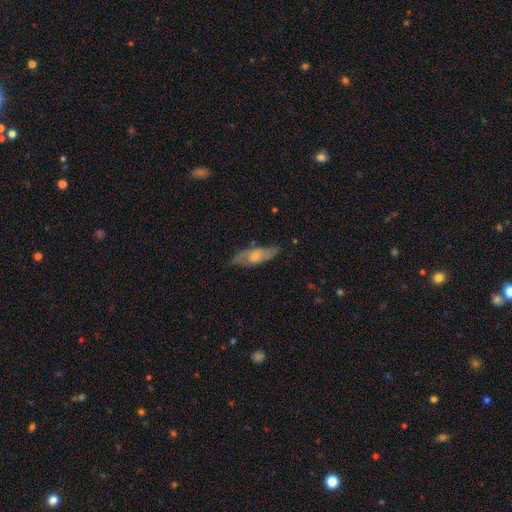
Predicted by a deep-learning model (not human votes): Morphology: type=smooth (49%); merging=none (73%).